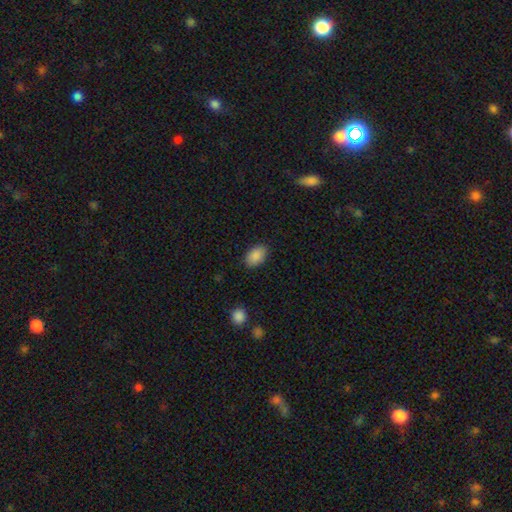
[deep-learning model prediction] Overall: smooth (89%). How rounded: in between (89%). Merging: none (88%).